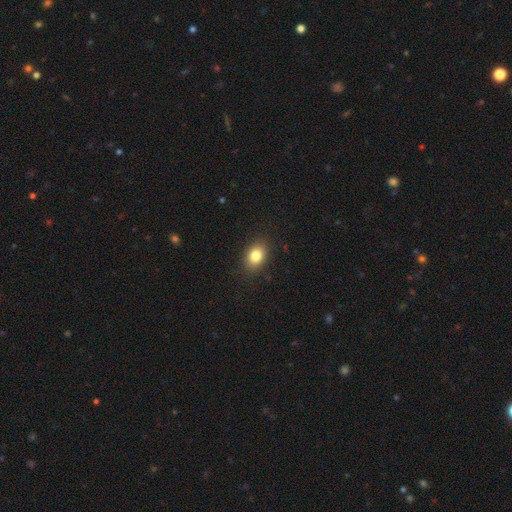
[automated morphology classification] Smooth or featured? Predicted: smooth (p=0.82). How rounded? Predicted: in between (p=0.72). Merging? Predicted: none (p=0.88).